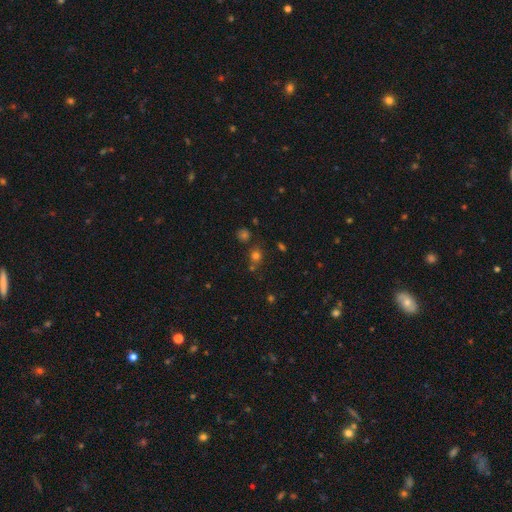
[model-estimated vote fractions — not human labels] This is likely a smooth galaxy (69%). How rounded: likely round (74%). Merging: likely none (70%).